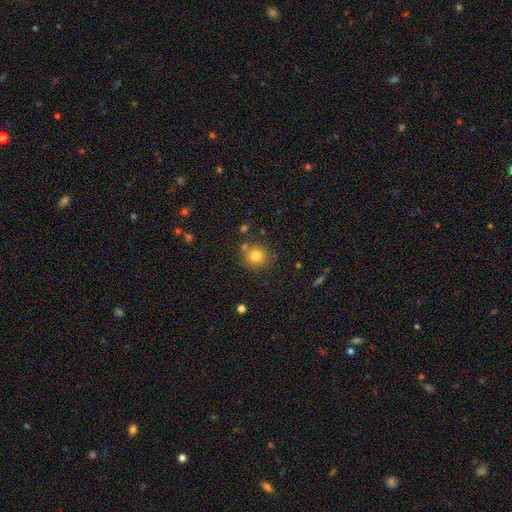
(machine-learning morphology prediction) A smooth galaxy with no disk features (78%) that is round (91%).

Vote fractions:
- Smooth or featured? smooth: 78% / star or artifact: 13% / featured or disk: 9%
- How rounded? round: 91% / in between: 8% / cigar-shaped: 1%
- Merging? none: 78% / minor disturbance: 10% / merger: 9% / major disturbance: 3%